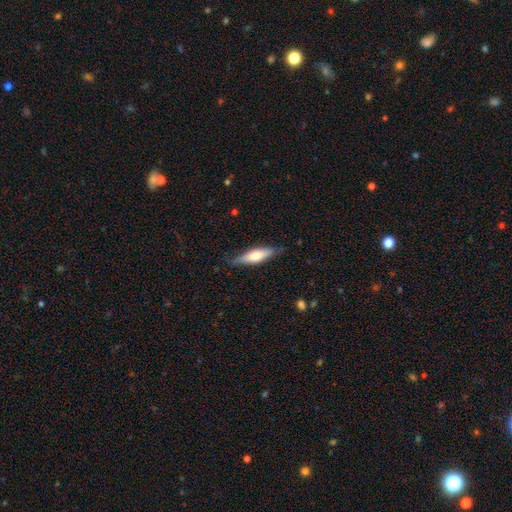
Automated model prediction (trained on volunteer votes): Smooth or featured? smooth (57%)
How rounded? cigar-shaped (59%)
Merging? none (79%)